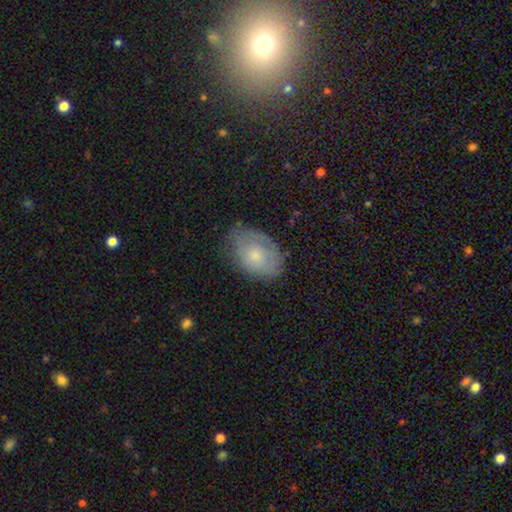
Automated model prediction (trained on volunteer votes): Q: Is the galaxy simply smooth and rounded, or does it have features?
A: smooth — 63%.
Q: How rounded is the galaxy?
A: in between — 84%.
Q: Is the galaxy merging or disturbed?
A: none — 64%.